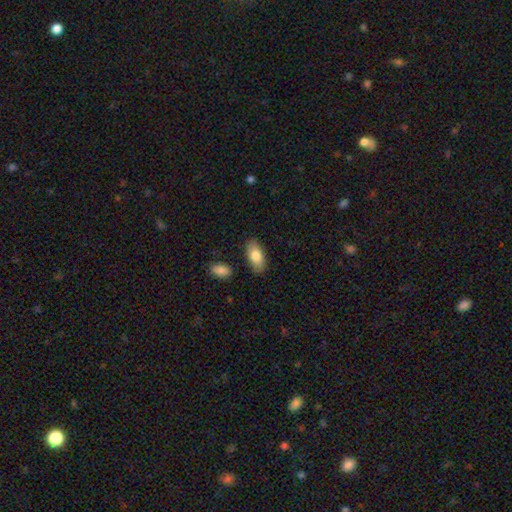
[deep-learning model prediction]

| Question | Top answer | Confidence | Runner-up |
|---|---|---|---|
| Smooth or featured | smooth | 82% | featured or disk (12%) |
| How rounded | in between | 93% | cigar-shaped (4%) |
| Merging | none | 83% | minor disturbance (12%) |